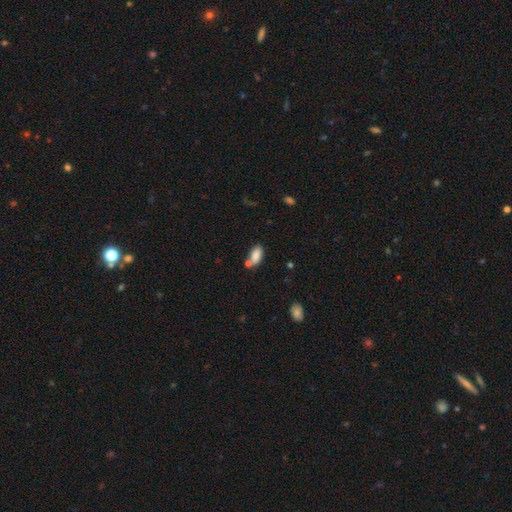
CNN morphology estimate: Overall: smooth (84%). How rounded: in between (90%). Merging: none (58%; merger 24%).